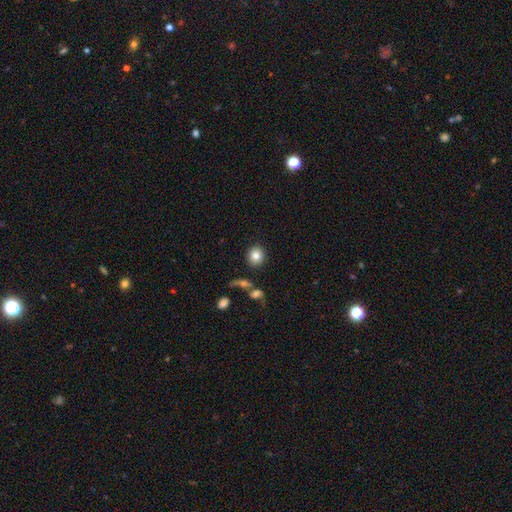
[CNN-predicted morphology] Smooth or featured? Predicted: smooth (p=0.83). How rounded? Predicted: round (p=0.82). Merging? Predicted: none (p=0.85).